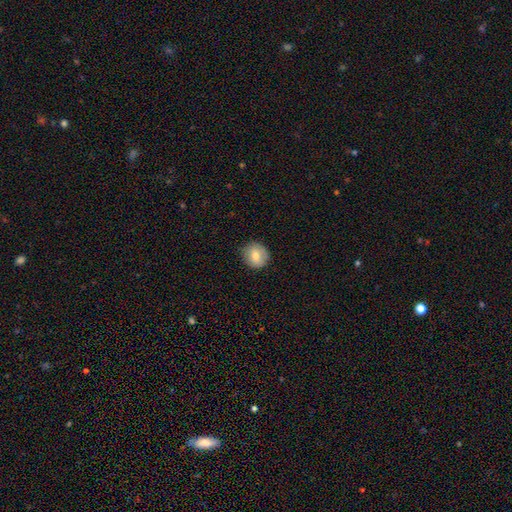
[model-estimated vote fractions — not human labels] A smooth galaxy with no disk features (76%) that is round (85%).

Vote fractions:
- Smooth or featured? smooth: 76% / featured or disk: 16% / star or artifact: 8%
- How rounded? round: 85% / in between: 14% / cigar-shaped: 1%
- Merging? none: 86% / minor disturbance: 10% / major disturbance: 2% / merger: 1%